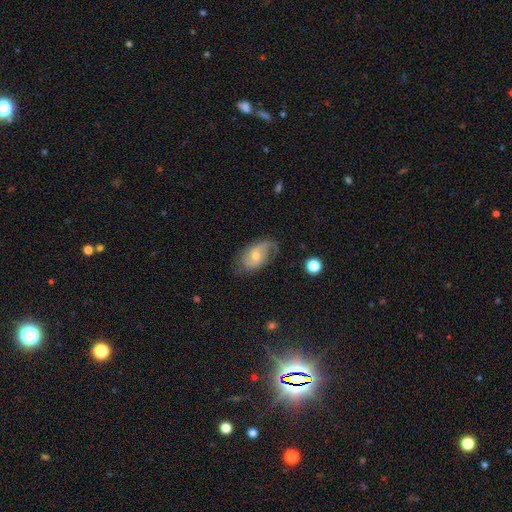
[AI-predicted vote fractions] Smooth or featured? Predicted: featured or disk (p=0.75). Edge-on disk? Predicted: no (p=0.96). Bar? Predicted: no (p=0.53). Spiral arms? Predicted: yes (p=0.92). Spiral winding? Predicted: medium (p=0.44). Spiral arm count? Predicted: 2 (p=0.69). Bulge size? Predicted: moderate (p=0.58). Merging? Predicted: none (p=0.68).